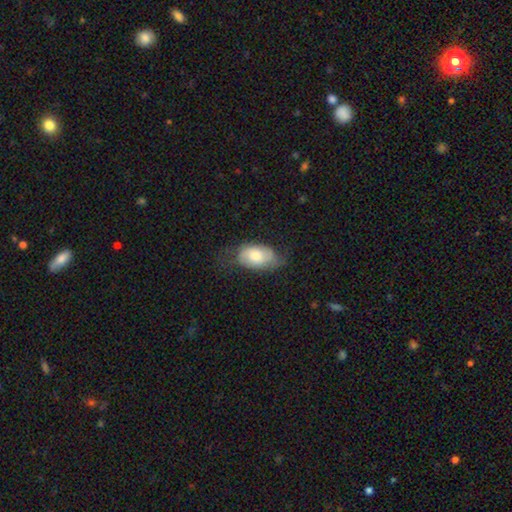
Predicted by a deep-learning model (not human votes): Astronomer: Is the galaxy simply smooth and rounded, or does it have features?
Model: smooth — 60%.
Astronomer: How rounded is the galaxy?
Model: in between — 91%.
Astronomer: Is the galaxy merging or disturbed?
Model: none — 55%.